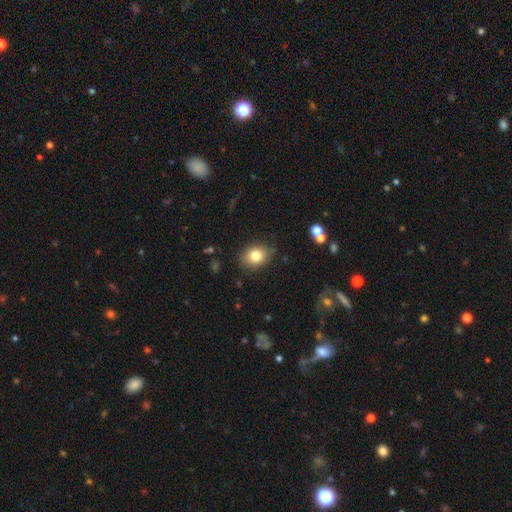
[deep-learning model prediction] The model was most divided on "how rounded": in between: 53%, round: 46%, cigar-shaped: 1%. More confident: merging — none (83%); smooth or featured — smooth (81%).